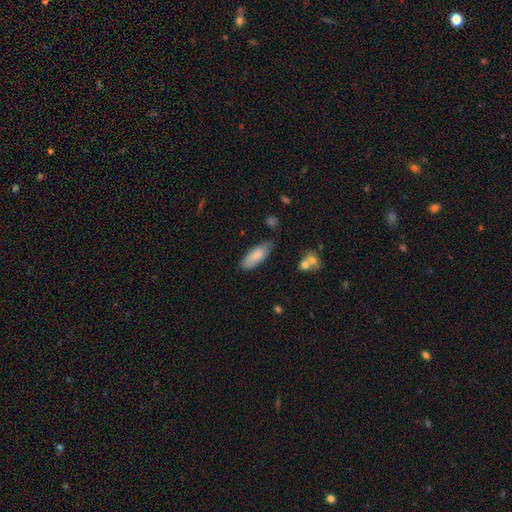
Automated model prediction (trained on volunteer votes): Smooth or featured? smooth (84%)
How rounded? in between (72%)
Merging? none (74%)